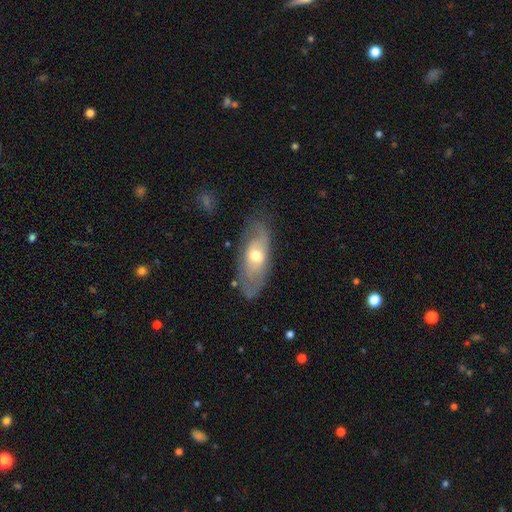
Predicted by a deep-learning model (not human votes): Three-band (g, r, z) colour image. It shows a featured or disk galaxy (55%). Merging: none (63%).